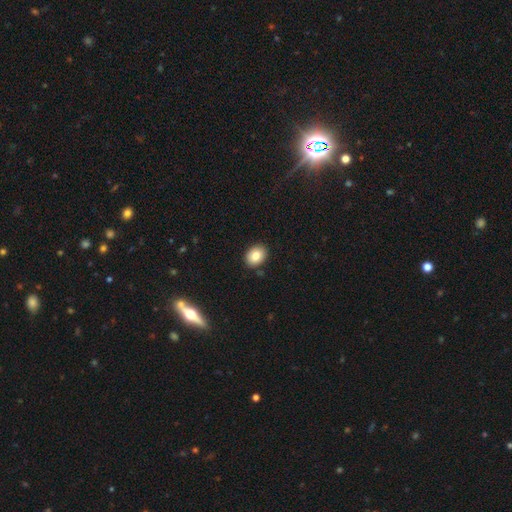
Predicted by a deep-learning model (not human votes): smooth 82%, featured or disk 9%, star or artifact 9%. Down the decision tree: how rounded — in between (59%); merging — none (89%).